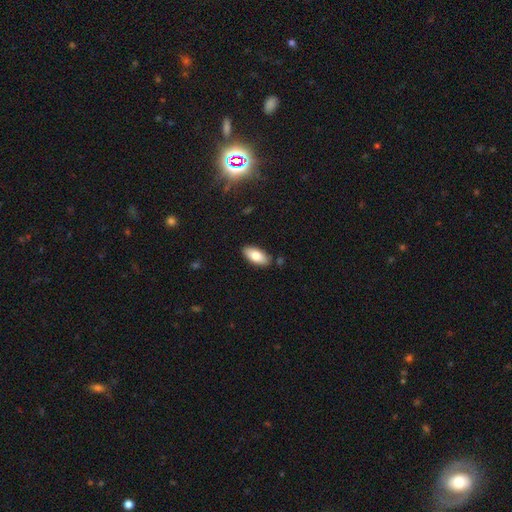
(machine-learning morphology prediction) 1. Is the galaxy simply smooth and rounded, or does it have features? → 80% smooth, 13% featured or disk, 7% star or artifact.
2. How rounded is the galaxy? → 89% in between, 9% cigar-shaped, 2% round.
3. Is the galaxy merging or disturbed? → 85% none, 11% minor disturbance, 2% merger, 2% major disturbance.